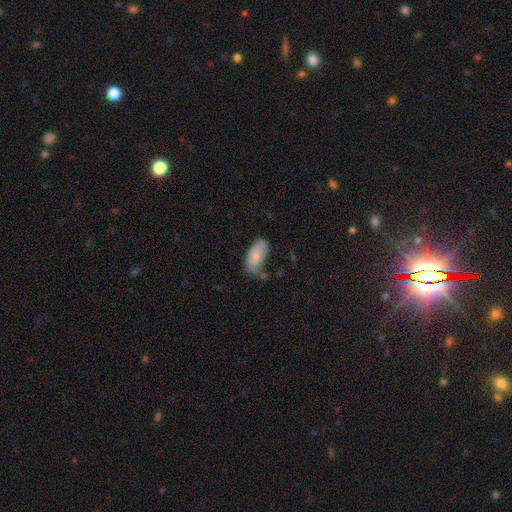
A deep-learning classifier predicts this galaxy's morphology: A smooth galaxy with no disk features (81%) that is in between round and cigar-shaped (93%).

Vote fractions:
- Smooth or featured? smooth: 81% / featured or disk: 13% / star or artifact: 7%
- How rounded? in between: 93% / cigar-shaped: 4% / round: 2%
- Merging? none: 49% / minor disturbance: 33% / major disturbance: 11% / merger: 8%